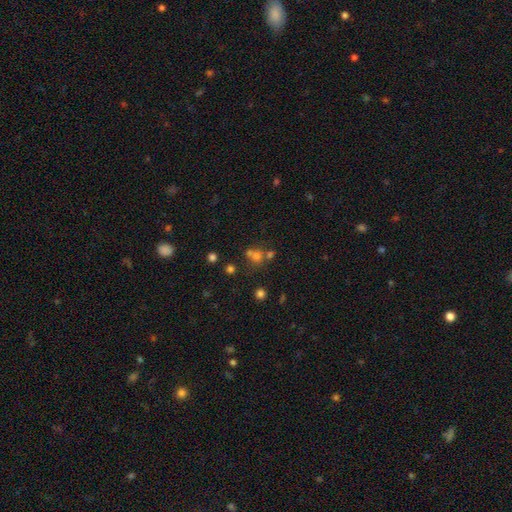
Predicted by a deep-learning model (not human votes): smooth-or-featured: smooth: 62% | star or artifact: 24% | featured or disk: 14%
  how-rounded: round: 76% | in between: 22% | cigar-shaped: 1%
  merging: none: 45% | merger: 39% | minor disturbance: 10% | major disturbance: 6%